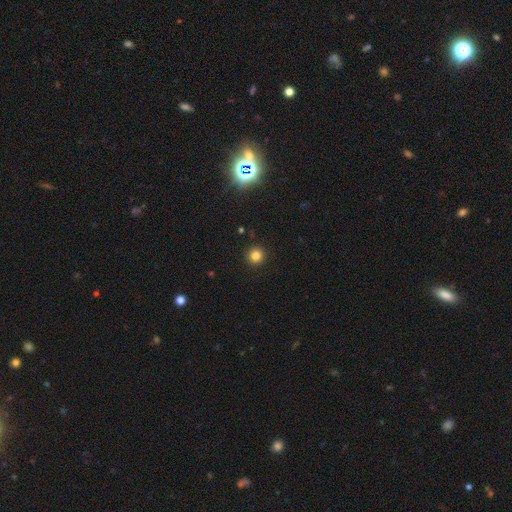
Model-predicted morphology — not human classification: smooth 82%, star or artifact 13%, featured or disk 4%. Down the decision tree: how rounded — round (95%); merging — none (93%).